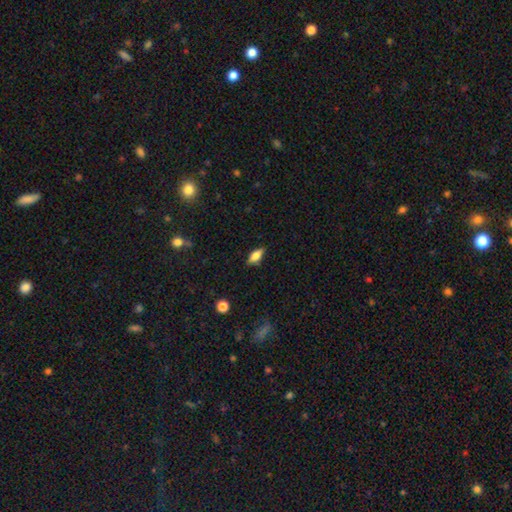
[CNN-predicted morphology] smooth 70%, featured or disk 22%, star or artifact 8%. Down the decision tree: how rounded — in between (78%); merging — none (85%).